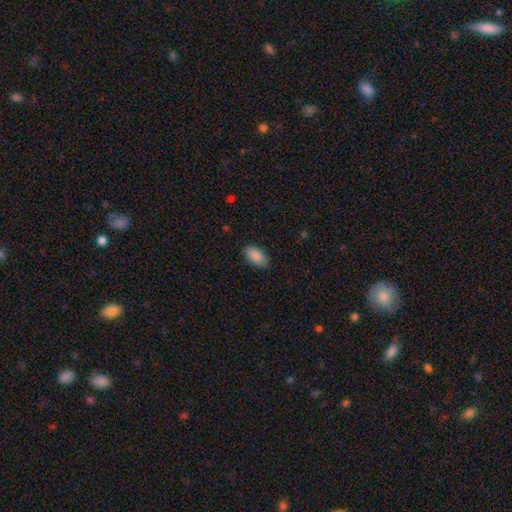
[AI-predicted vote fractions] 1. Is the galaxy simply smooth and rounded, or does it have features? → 90% smooth, 6% star or artifact, 4% featured or disk.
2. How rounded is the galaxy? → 94% in between, 4% cigar-shaped, 2% round.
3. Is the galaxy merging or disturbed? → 86% none, 10% minor disturbance, 2% major disturbance, 1% merger.